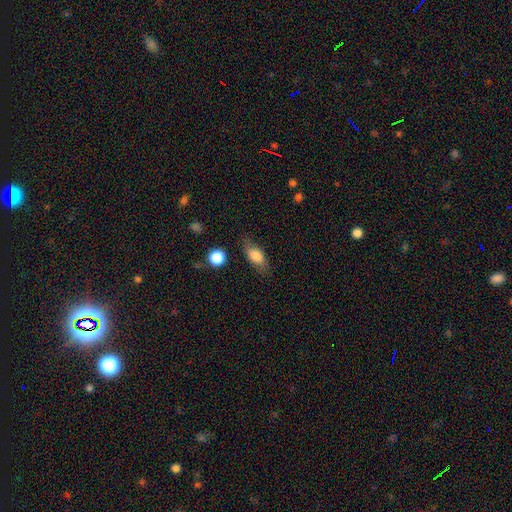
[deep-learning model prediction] Smooth or featured: smooth — 76% (featured or disk — 16%)
How rounded: in between — 78% (cigar-shaped — 15%)
Merging: none — 72% (minor disturbance — 19%)